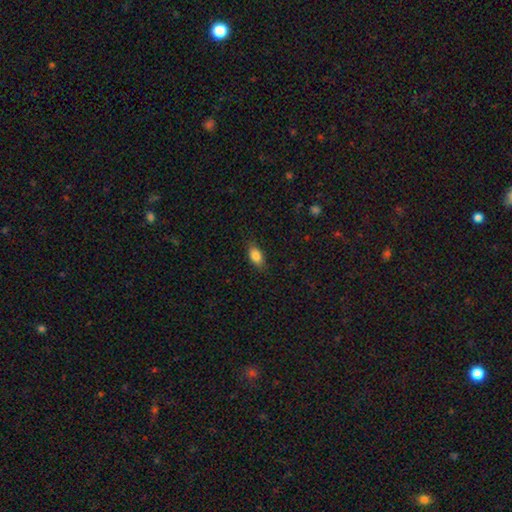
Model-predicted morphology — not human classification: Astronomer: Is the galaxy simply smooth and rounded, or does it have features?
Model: smooth — 85%.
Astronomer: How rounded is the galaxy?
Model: in between — 87%.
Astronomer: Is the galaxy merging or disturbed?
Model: none — 82%.